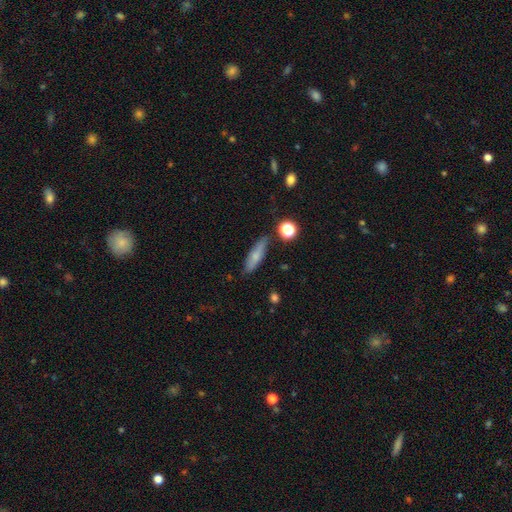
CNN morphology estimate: Smooth or featured? smooth (68%)
How rounded? cigar-shaped (66%)
Merging? none (78%)